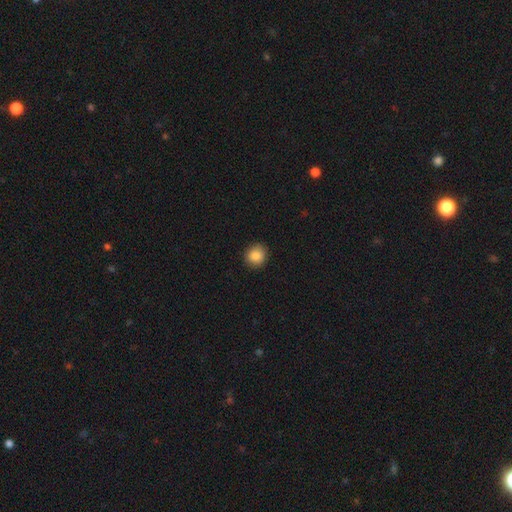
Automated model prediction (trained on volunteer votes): This is clearly a smooth galaxy (87%). How rounded: clearly round (89%). Merging: clearly none (91%).